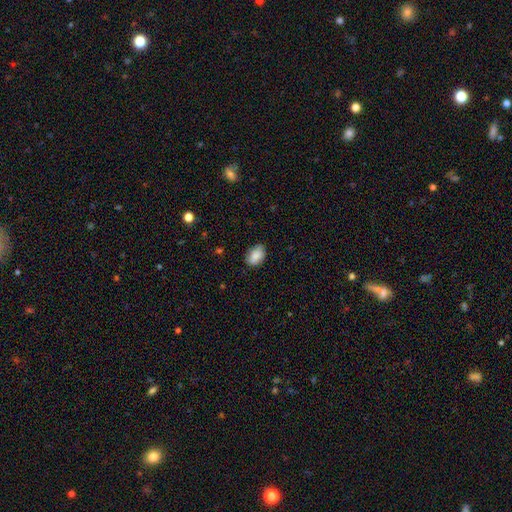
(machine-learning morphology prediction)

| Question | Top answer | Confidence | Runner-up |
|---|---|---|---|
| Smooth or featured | smooth | 84% | featured or disk (8%) |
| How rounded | in between | 81% | round (18%) |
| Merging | none | 79% | minor disturbance (16%) |